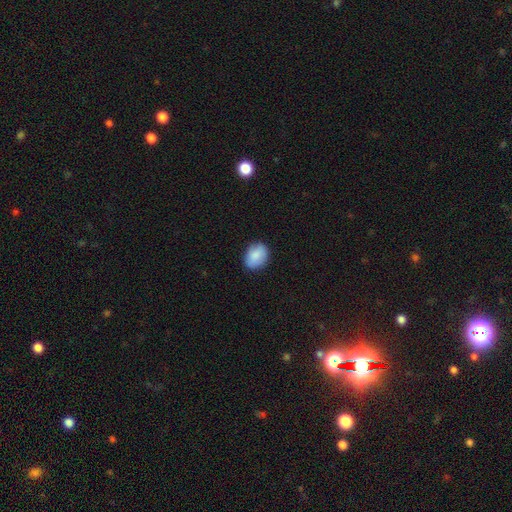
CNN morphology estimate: The model was most divided on "how rounded": in between: 66%, round: 33%, cigar-shaped: 1%. More confident: smooth or featured — smooth (87%); merging — none (81%).